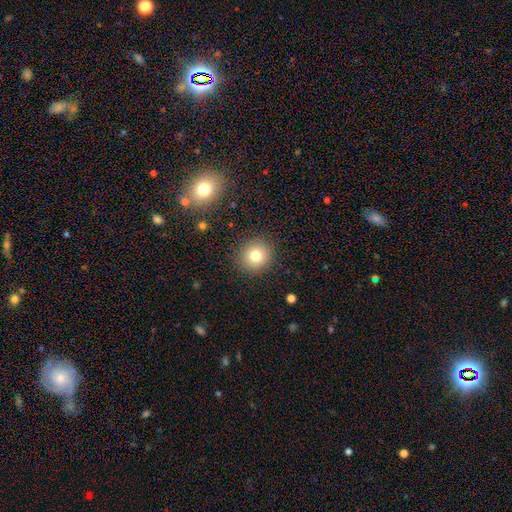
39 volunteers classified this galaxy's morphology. This is likely a smooth galaxy (79%). How rounded: clearly round (90%). Merging: clearly none (91%).